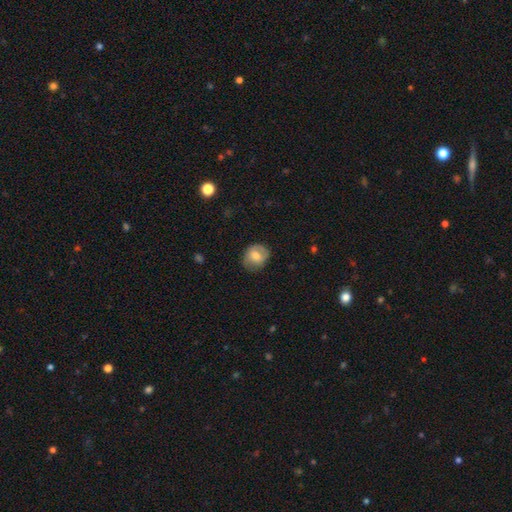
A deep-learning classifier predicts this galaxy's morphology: This is possibly a smooth galaxy (59%). How rounded: likely round (65%). Merging: likely none (71%).